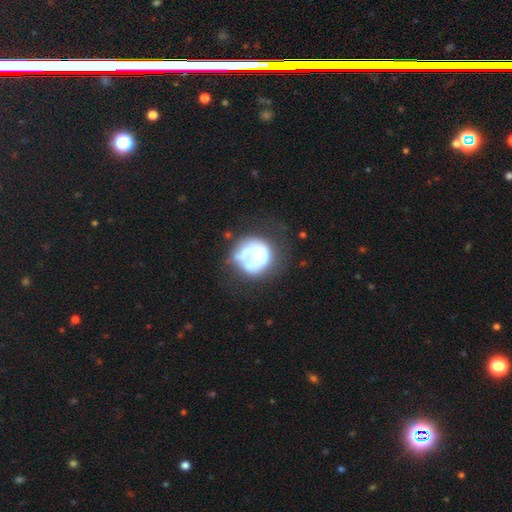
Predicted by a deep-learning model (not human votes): This appears to be a featured or disk galaxy (50%). Merging: none (39%).